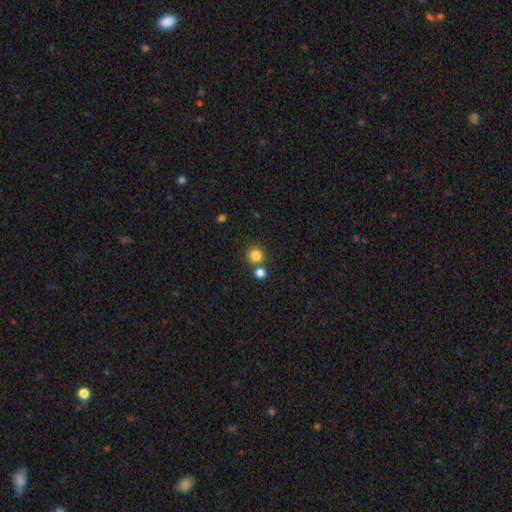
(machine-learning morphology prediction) Overall: smooth (83%). How rounded: round (92%). Merging: none (71%).